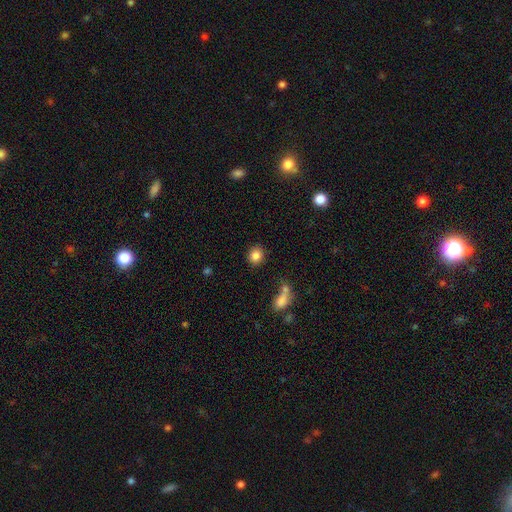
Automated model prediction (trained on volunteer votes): A smooth galaxy with no disk features (85%) that is round (77%).

Vote fractions:
- Smooth or featured? smooth: 85% / star or artifact: 10% / featured or disk: 6%
- How rounded? round: 77% / in between: 22% / cigar-shaped: 1%
- Merging? none: 85% / minor disturbance: 8% / merger: 4% / major disturbance: 3%